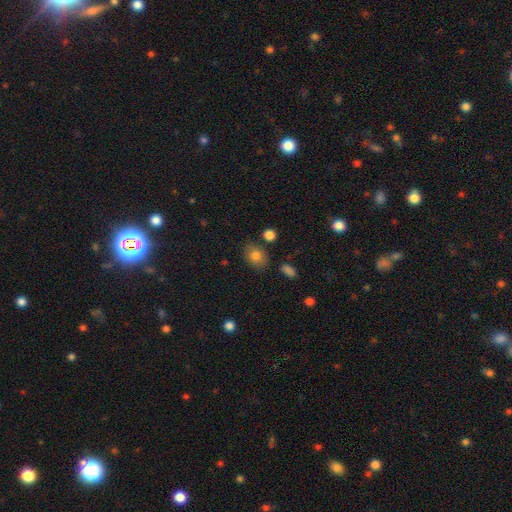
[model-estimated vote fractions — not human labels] Smooth or featured?
  - smooth: 80% *
  - featured or disk: 10%
  - star or artifact: 9%
How rounded?
  - in between: 68% *
  - round: 31%
  - cigar-shaped: 1%
Merging?
  - none: 77% *
  - minor disturbance: 15%
  - merger: 5%
  - major disturbance: 4%